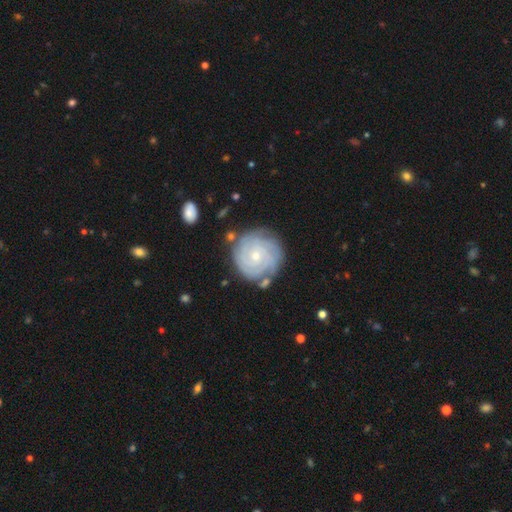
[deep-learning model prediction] featured or disk 78%, smooth 15%, star or artifact 6%. Down the decision tree: edge-on disk — no (98%); bar — no (74%); spiral arms — yes (95%); spiral arm count — can't tell (36%); spiral winding — tight (82%); bulge size — small (67%); merging — none (78%).